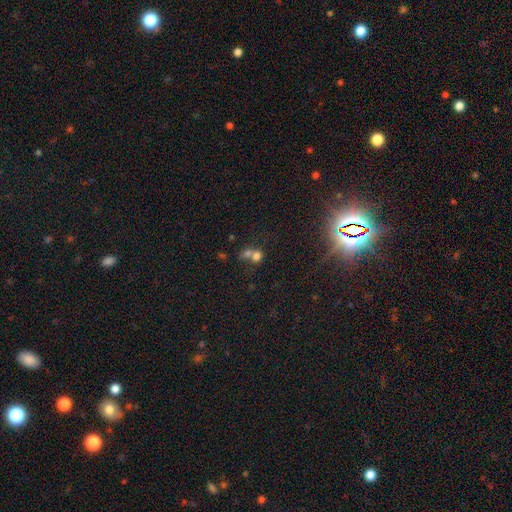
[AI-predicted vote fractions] smooth 69%, star or artifact 17%, featured or disk 15%. Down the decision tree: how rounded — round (67%); merging — merger (61%).